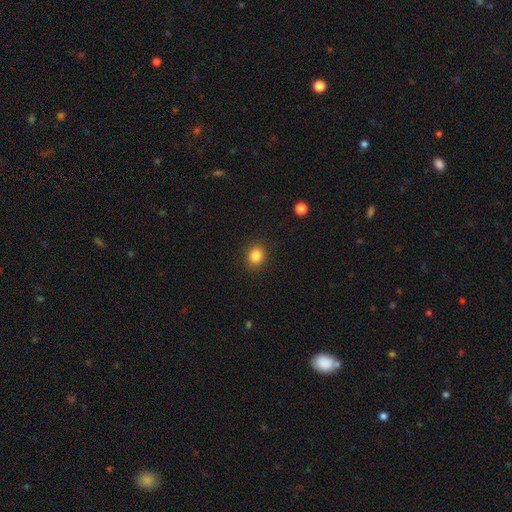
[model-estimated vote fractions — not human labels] A smooth galaxy with no disk features (85%) that is round (67%). Merging: none (89%).